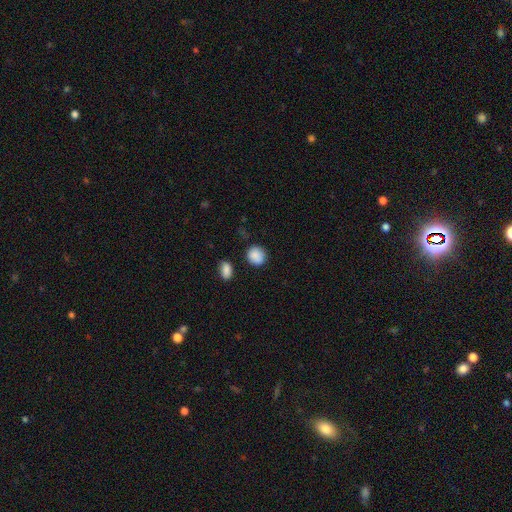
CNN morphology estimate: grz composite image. It shows a smooth galaxy with no disk features (88%) that is round (82%). Merging: none (81%).